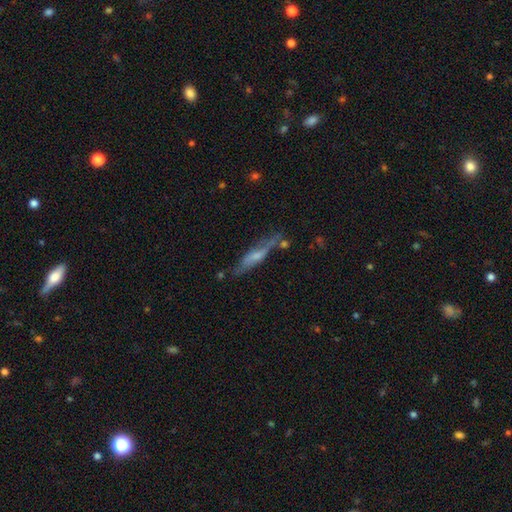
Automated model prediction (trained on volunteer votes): Morphology: type=featured or disk (56%); edge-on=yes (80%); merging=none (64%).